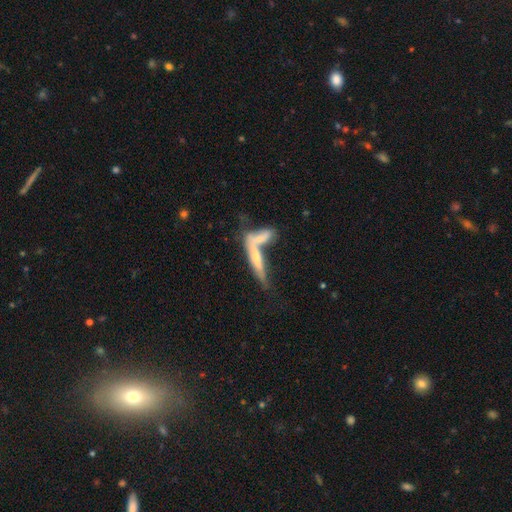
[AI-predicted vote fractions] The model was most divided on "smooth or featured": featured or disk: 52%, smooth: 40%, star or artifact: 9%. More confident: edge-on disk — yes (71%); merging — merger (54%).